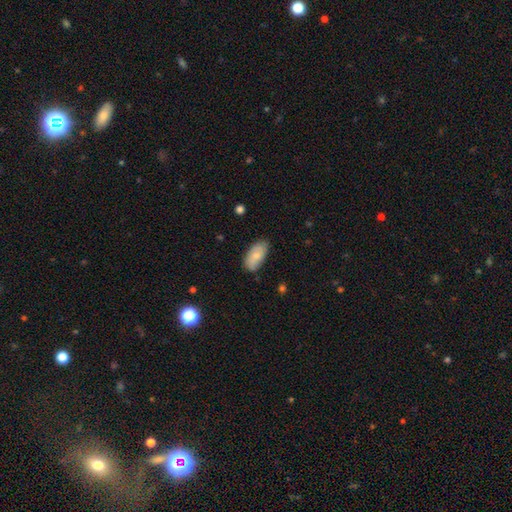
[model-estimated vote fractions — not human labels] This appears to be a smooth galaxy with no disk features (75%) that is in between round and cigar-shaped (93%). Merging: none (76%).